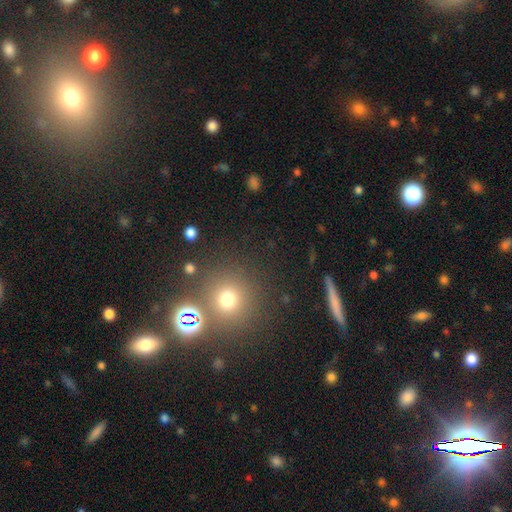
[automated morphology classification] The model was most divided on "smooth or featured": smooth: 47%, star or artifact: 43%, featured or disk: 11%. More confident: merging — none (83%).